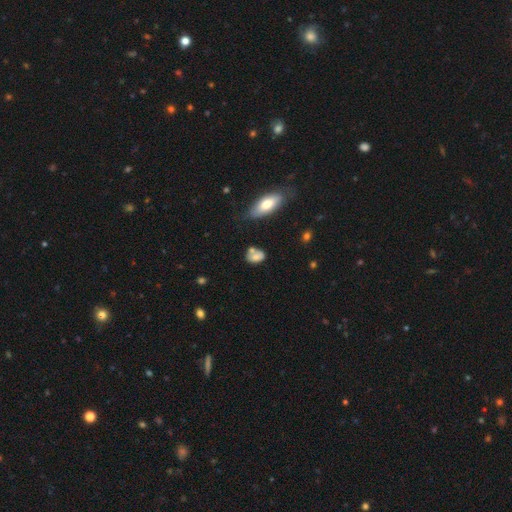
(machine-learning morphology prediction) smooth_or_featured: smooth (p=0.71) [alt: featured or disk p=0.19]
how_rounded: in between (p=0.70) [alt: round p=0.27]
merging: none (p=0.44) [alt: minor disturbance p=0.24]